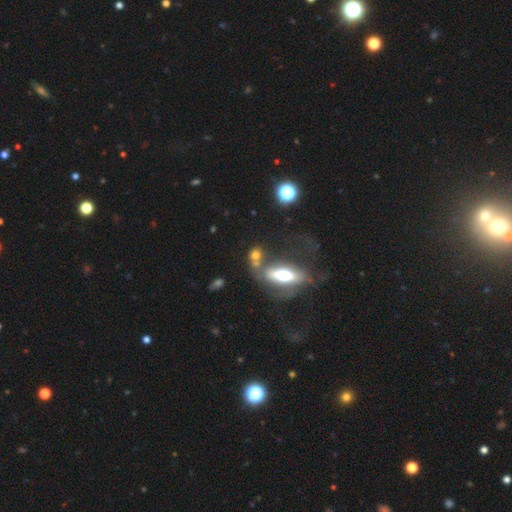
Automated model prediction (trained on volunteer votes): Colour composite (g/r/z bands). It shows a smooth galaxy with no disk features (62%) that is in between round and cigar-shaped (46%). Merging: none (46%).